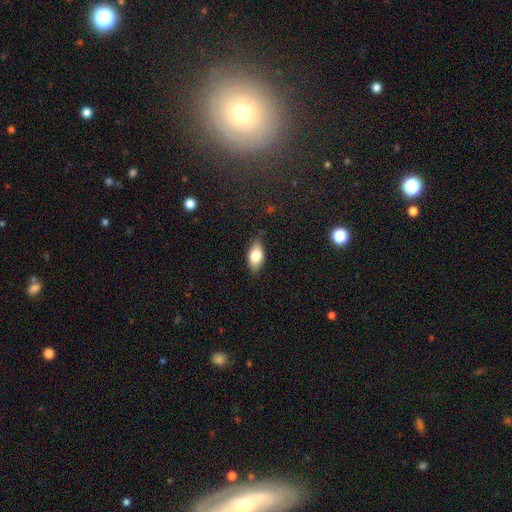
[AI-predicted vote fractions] smooth_or_featured: smooth (p=0.77) [alt: featured or disk p=0.16]
how_rounded: in between (p=0.90) [alt: cigar-shaped p=0.07]
merging: none (p=0.82) [alt: minor disturbance p=0.14]